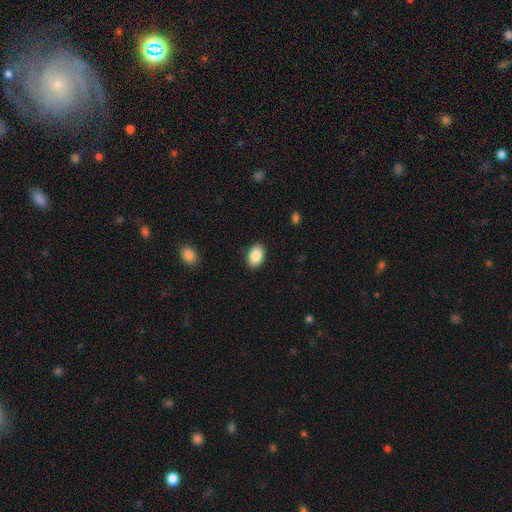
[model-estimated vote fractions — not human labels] Smooth or featured?
  - smooth: 87% *
  - star or artifact: 7%
  - featured or disk: 6%
How rounded?
  - in between: 88% *
  - round: 11%
  - cigar-shaped: 1%
Merging?
  - none: 89% *
  - minor disturbance: 8%
  - major disturbance: 2%
  - merger: 1%